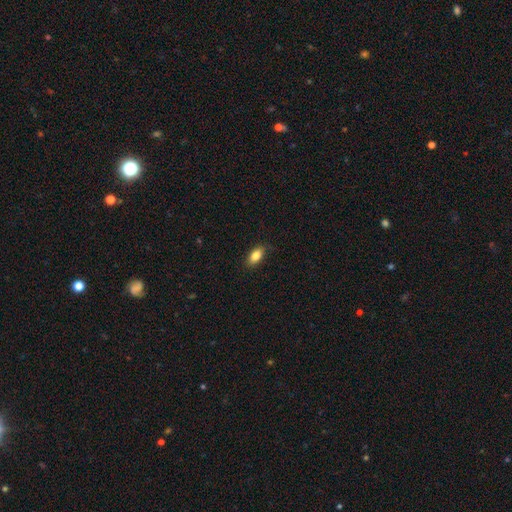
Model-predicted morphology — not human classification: type=smooth (84%); roundness=in between (89%); merging=none (84%).